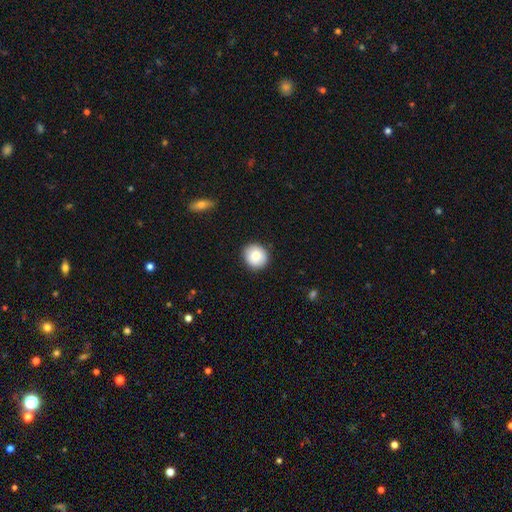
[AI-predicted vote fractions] This appears to be a smooth galaxy with no disk features (83%) that is round (88%). Merging: none (90%).